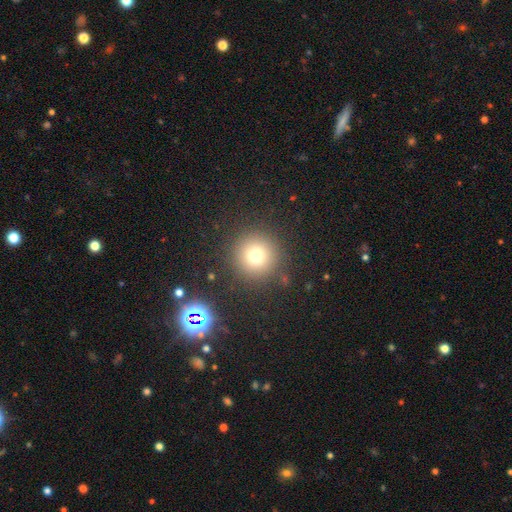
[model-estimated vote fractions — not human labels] smooth 72%, star or artifact 18%, featured or disk 10%. Down the decision tree: how rounded — round (96%); merging — none (88%).